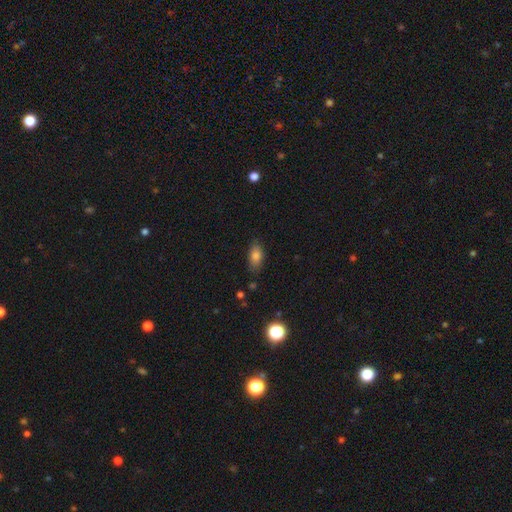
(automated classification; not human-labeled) The model was most divided on "smooth or featured": smooth: 79%, featured or disk: 11%, star or artifact: 10%. More confident: how rounded — in between (87%); merging — none (82%).